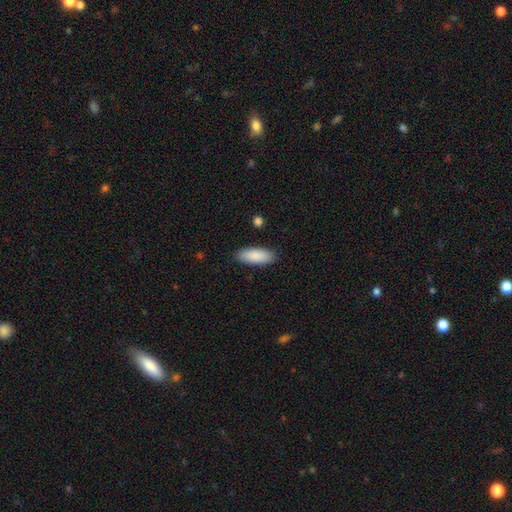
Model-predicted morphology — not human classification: Smooth or featured?
  - smooth: 89% *
  - featured or disk: 6%
  - star or artifact: 6%
How rounded?
  - in between: 75% *
  - cigar-shaped: 23%
  - round: 2%
Merging?
  - none: 88% *
  - minor disturbance: 9%
  - major disturbance: 2%
  - merger: 1%